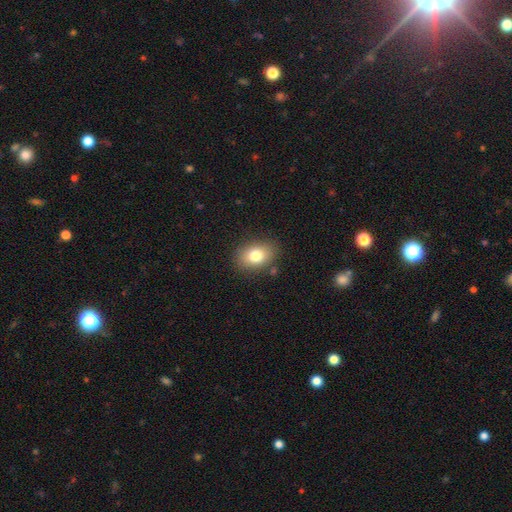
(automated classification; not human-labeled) Smooth or featured?
  - smooth: 79% *
  - featured or disk: 11%
  - star or artifact: 10%
How rounded?
  - in between: 72% *
  - round: 27%
  - cigar-shaped: 1%
Merging?
  - none: 83% *
  - minor disturbance: 11%
  - major disturbance: 3%
  - merger: 2%